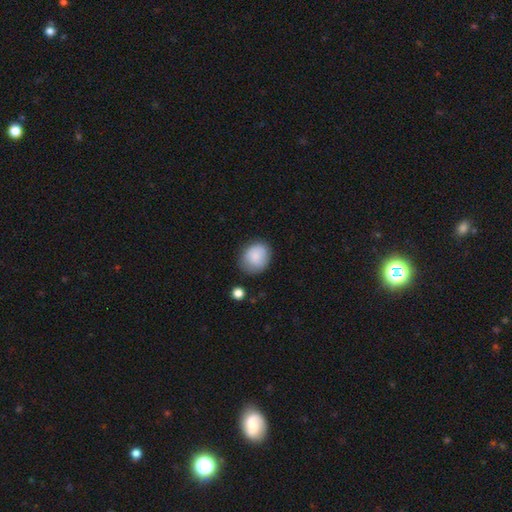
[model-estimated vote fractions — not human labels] Smooth or featured?
  - smooth: 85% *
  - featured or disk: 8%
  - star or artifact: 7%
How rounded?
  - round: 59% *
  - in between: 40%
  - cigar-shaped: 1%
Merging?
  - none: 71% *
  - minor disturbance: 21%
  - major disturbance: 5%
  - merger: 3%